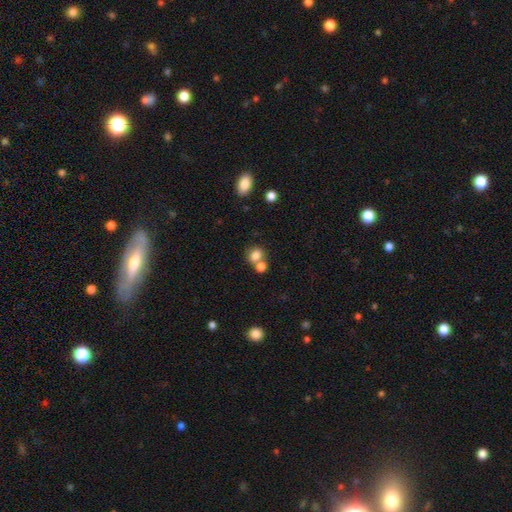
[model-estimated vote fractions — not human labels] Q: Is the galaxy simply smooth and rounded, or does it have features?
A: smooth — 79%.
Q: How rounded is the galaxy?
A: round — 56%.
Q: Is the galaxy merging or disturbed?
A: none — 45%.